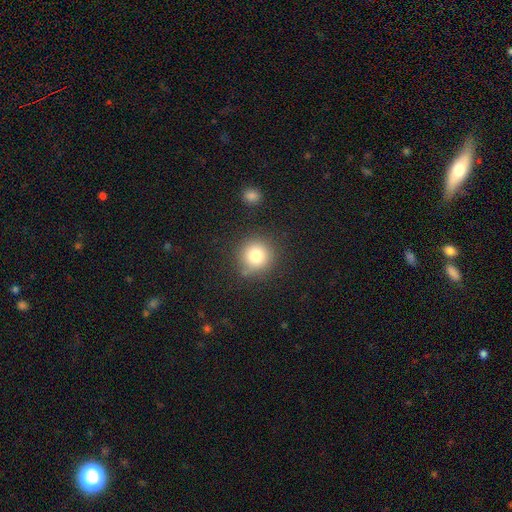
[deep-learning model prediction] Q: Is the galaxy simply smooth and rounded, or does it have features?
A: smooth — 79%.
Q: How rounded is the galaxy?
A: round — 93%.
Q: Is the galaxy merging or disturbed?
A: none — 82%.